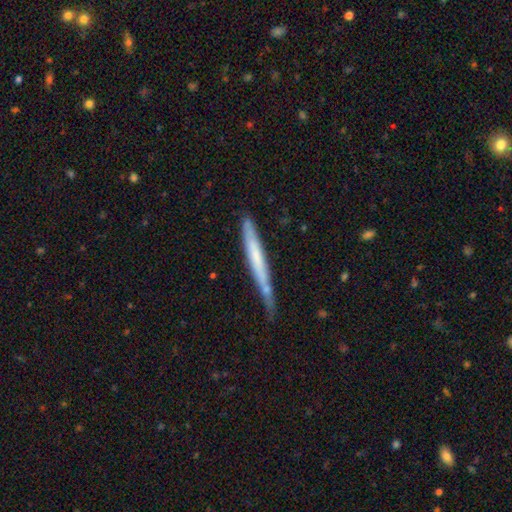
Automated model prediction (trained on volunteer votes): This appears to be a smooth galaxy with no disk features (52%) that is cigar-shaped (96%). Merging: none (64%).